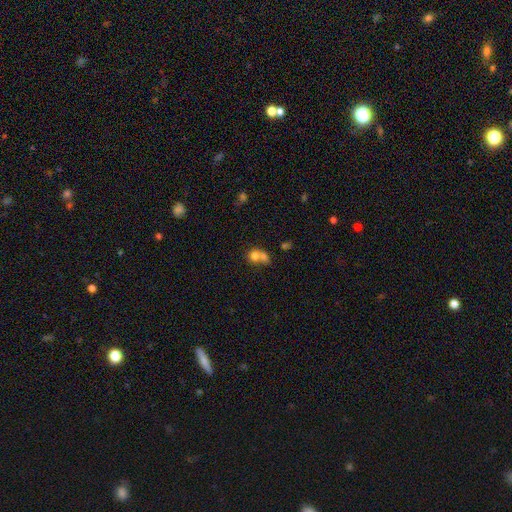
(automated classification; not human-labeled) smooth 72%, featured or disk 17%, star or artifact 12%. Down the decision tree: how rounded — round (70%); merging — merger (63%).